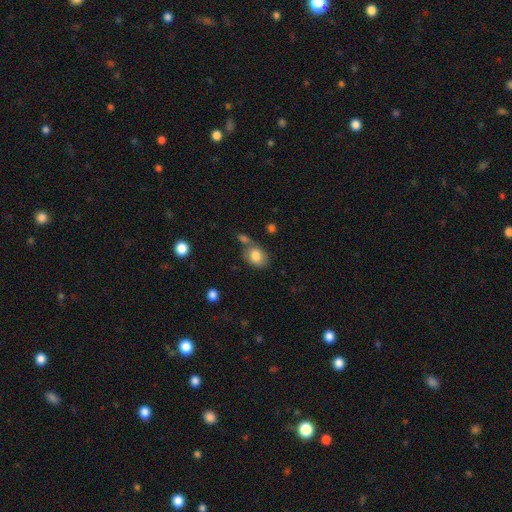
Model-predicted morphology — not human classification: Smooth or featured: smooth — 81% (featured or disk — 11%)
How rounded: in between — 68% (round — 30%)
Merging: none — 54% (merger — 22%)